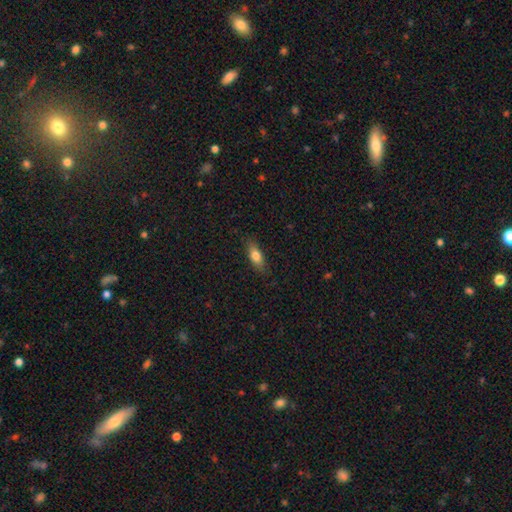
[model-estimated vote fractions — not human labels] Overall: smooth (76%). How rounded: in between (71%). Merging: none (83%).